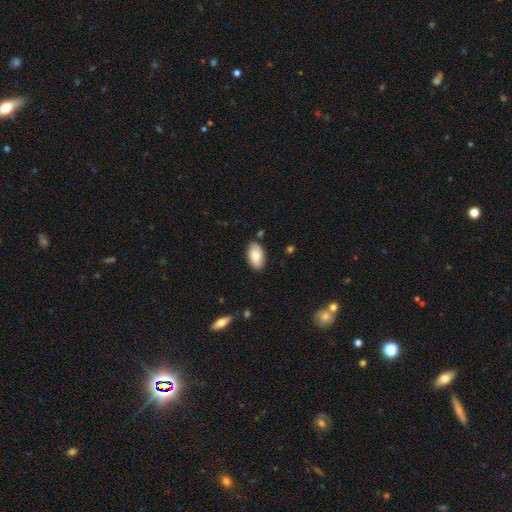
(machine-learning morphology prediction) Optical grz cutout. It shows a smooth galaxy with no disk features (81%) that is in between round and cigar-shaped (95%). Merging: none (83%).